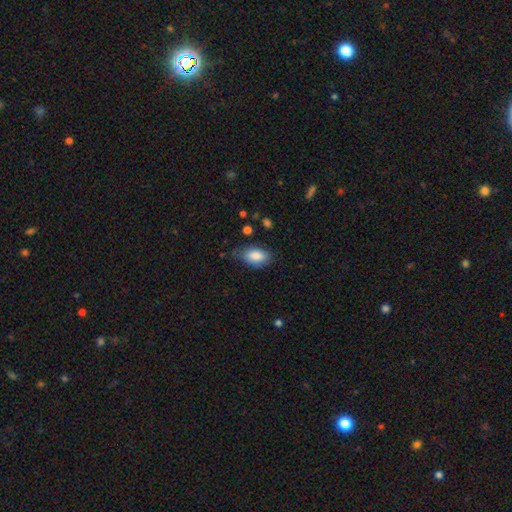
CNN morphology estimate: smooth-or-featured: smooth: 86% | featured or disk: 7% | star or artifact: 7%
  how-rounded: in between: 92% | round: 6% | cigar-shaped: 3%
  merging: none: 69% | minor disturbance: 24% | major disturbance: 5% | merger: 2%